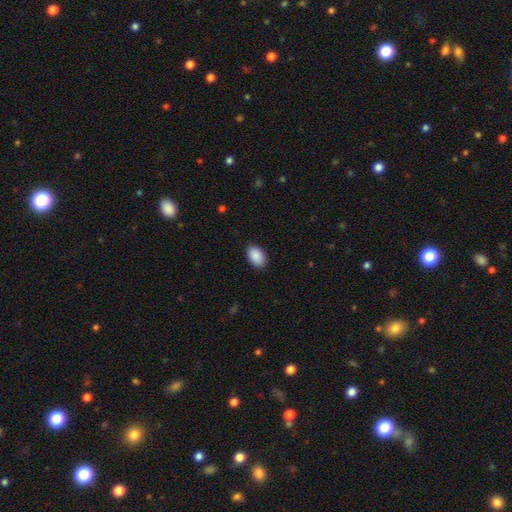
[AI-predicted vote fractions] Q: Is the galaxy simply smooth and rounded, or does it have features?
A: smooth — 91%.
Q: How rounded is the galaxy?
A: in between — 90%.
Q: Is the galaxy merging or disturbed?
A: none — 88%.